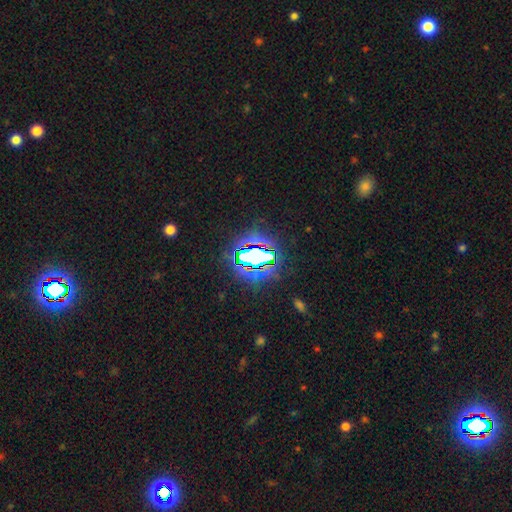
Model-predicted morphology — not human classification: Smooth or featured? star or artifact (70%)